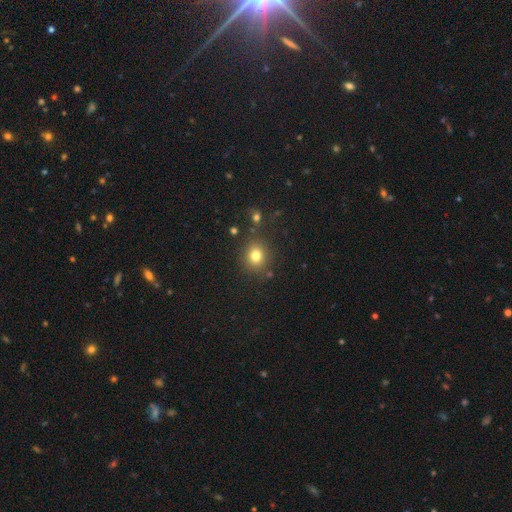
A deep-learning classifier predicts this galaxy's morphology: Smooth or featured: smooth — 78% (star or artifact — 14%)
How rounded: round — 77% (in between — 22%)
Merging: none — 81% (minor disturbance — 10%)